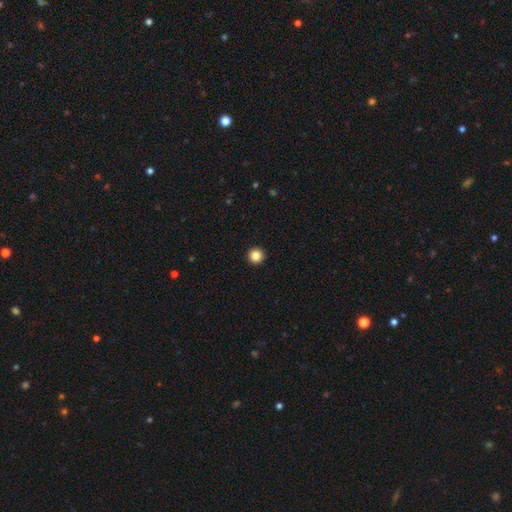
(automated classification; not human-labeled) Smooth or featured? smooth (85%)
How rounded? round (96%)
Merging? none (94%)